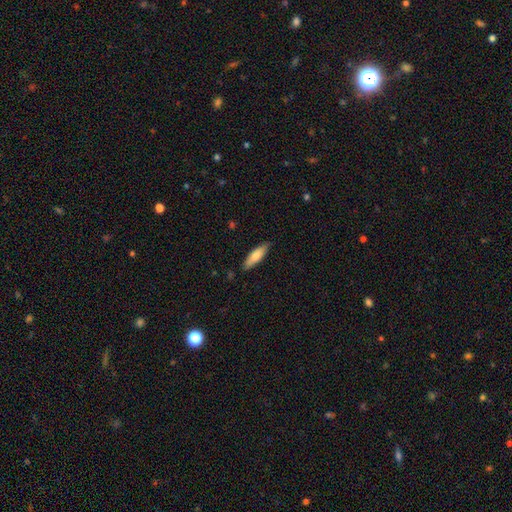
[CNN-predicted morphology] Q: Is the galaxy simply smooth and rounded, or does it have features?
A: smooth — 74%.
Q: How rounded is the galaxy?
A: cigar-shaped — 62%.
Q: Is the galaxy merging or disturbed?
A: none — 84%.